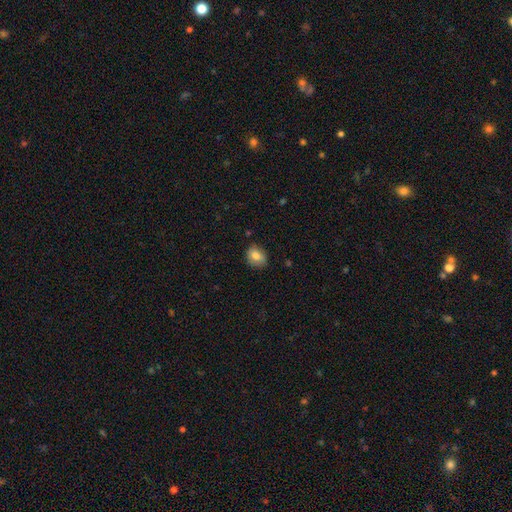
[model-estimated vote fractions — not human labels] A smooth galaxy with no disk features (80%) that is in between round and cigar-shaped (54%).

Vote fractions:
- Smooth or featured? smooth: 80% / featured or disk: 11% / star or artifact: 9%
- How rounded? in between: 54% / round: 45% / cigar-shaped: 1%
- Merging? none: 75% / minor disturbance: 20% / major disturbance: 4% / merger: 2%